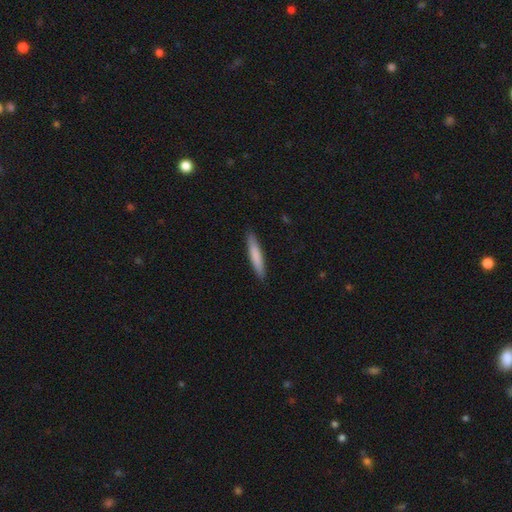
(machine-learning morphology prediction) smooth 79%, featured or disk 16%, star or artifact 5%. Down the decision tree: how rounded — cigar-shaped (92%); merging — none (90%).